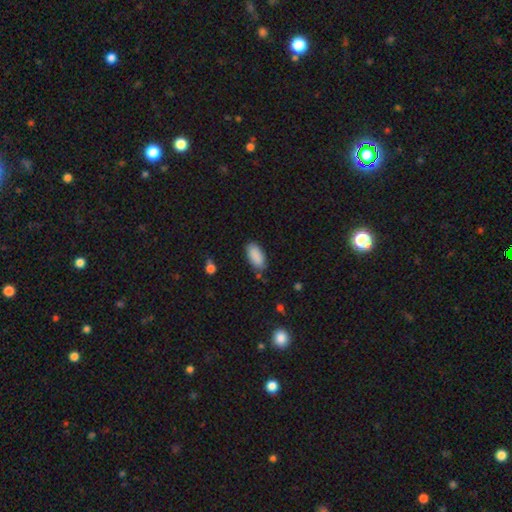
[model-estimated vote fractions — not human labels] Smooth or featured? smooth (89%)
How rounded? in between (92%)
Merging? none (76%)